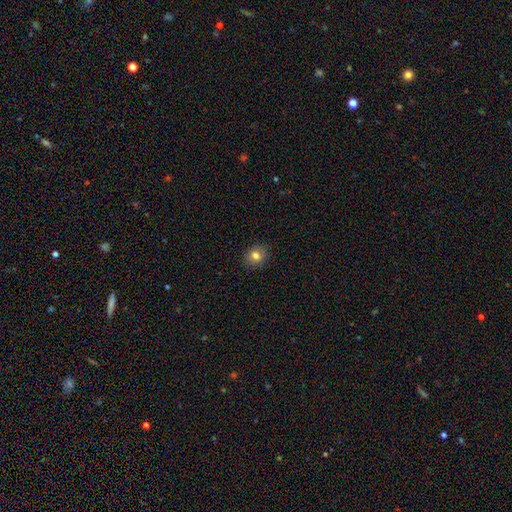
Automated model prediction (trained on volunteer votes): This is likely a smooth galaxy (80%). How rounded: likely round (71%). Merging: clearly none (90%).